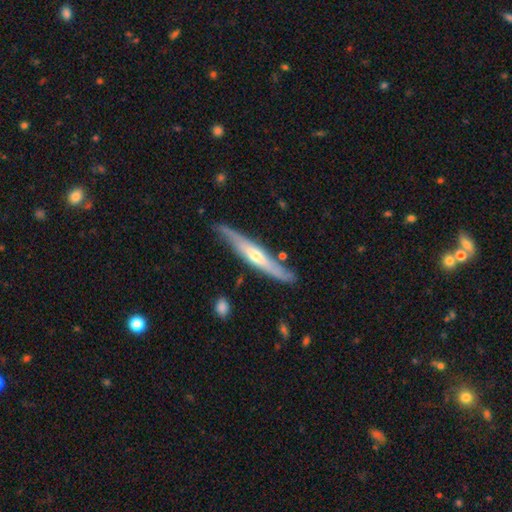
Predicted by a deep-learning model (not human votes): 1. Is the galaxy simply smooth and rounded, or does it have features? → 63% featured or disk, 32% smooth, 5% star or artifact.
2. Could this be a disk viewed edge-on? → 87% yes, 13% no.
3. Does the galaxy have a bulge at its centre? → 74% rounded, 19% none, 7% boxy.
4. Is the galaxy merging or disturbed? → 75% none, 18% minor disturbance, 3% merger, 3% major disturbance.